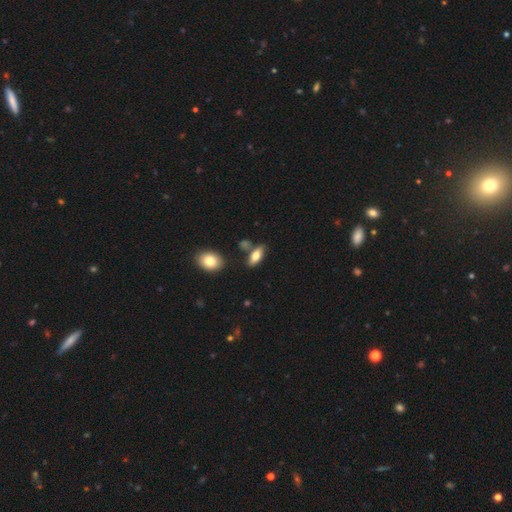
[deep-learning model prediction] Morphology: type=smooth (71%); roundness=in between (77%); merging=none (73%).